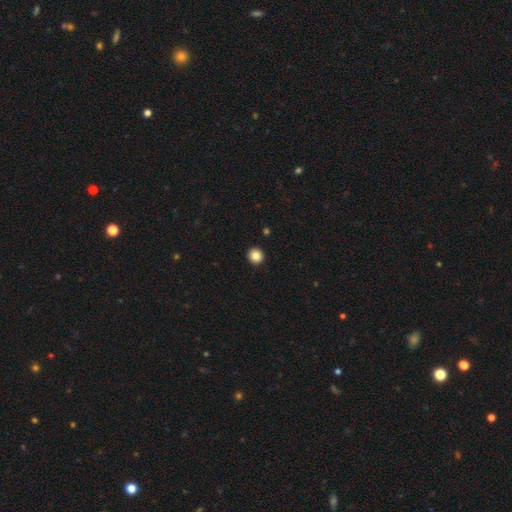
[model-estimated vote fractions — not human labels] Overall: smooth (85%). How rounded: round (95%). Merging: none (94%).